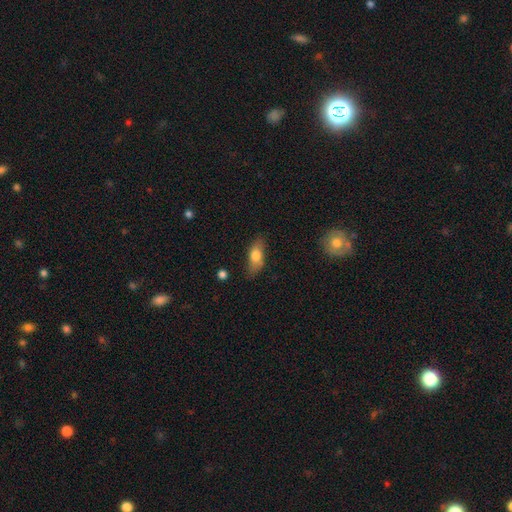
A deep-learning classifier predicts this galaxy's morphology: Smooth or featured? Predicted: smooth (p=0.73). How rounded? Predicted: in between (p=0.75). Merging? Predicted: none (p=0.76).